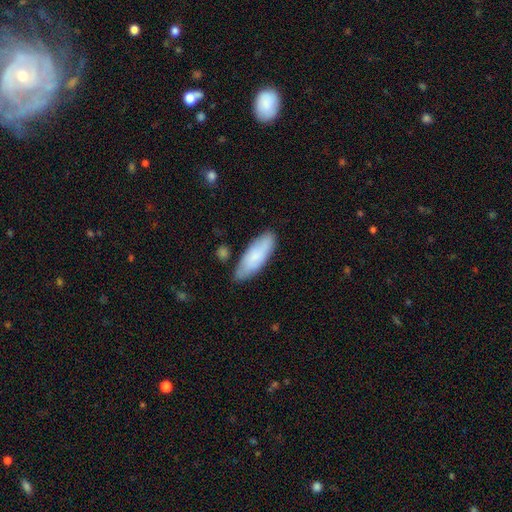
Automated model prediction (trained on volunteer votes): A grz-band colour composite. It shows a smooth galaxy with no disk features (77%) that is in between round and cigar-shaped (65%). Merging: none (76%).